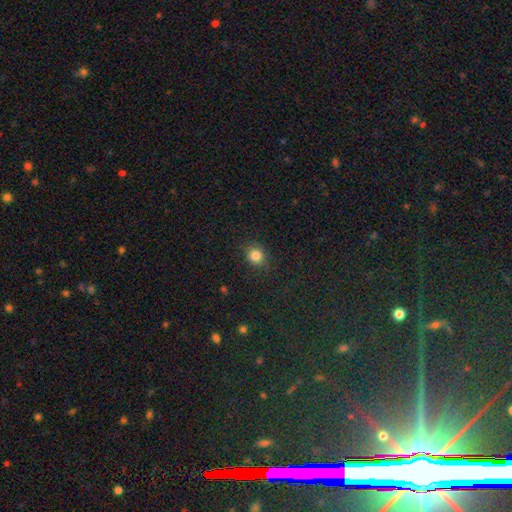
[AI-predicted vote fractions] The model was most divided on "how rounded": round: 74%, in between: 25%, cigar-shaped: 1%. More confident: merging — none (87%); smooth or featured — smooth (83%).